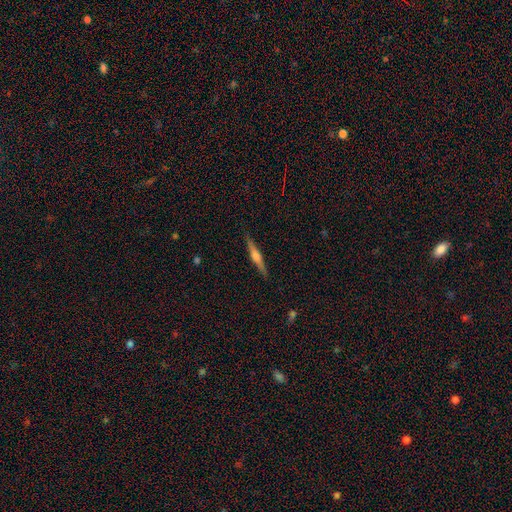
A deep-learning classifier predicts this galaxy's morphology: A featured or disk galaxy (71%) viewed edge-on (98%) with a rounded central bulge (80%). Merging: none (90%).